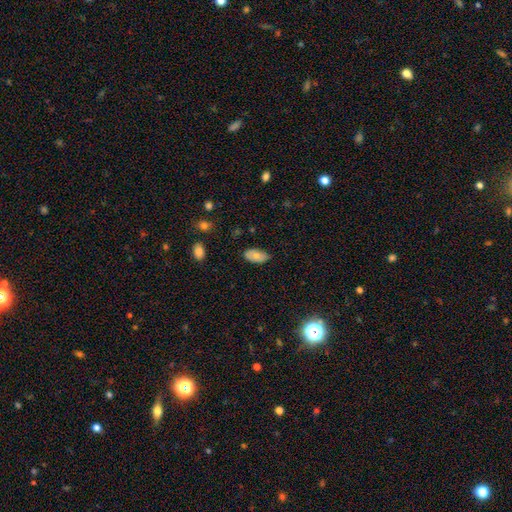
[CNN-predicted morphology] Smooth or featured: smooth — 73% (featured or disk — 20%)
How rounded: in between — 95% (round — 3%)
Merging: none — 77% (minor disturbance — 19%)